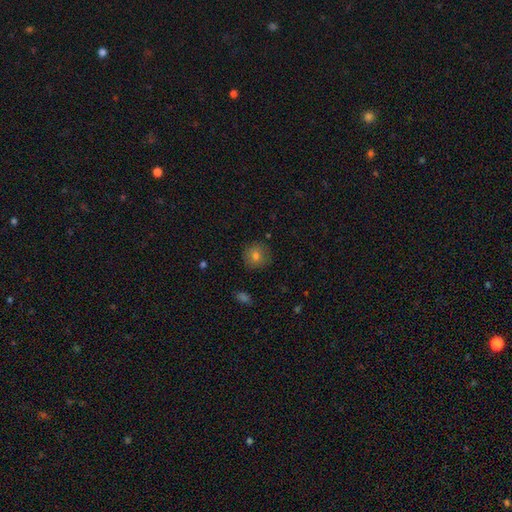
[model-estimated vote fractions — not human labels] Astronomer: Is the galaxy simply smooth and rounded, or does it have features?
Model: smooth — 77%.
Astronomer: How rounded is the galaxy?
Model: round — 91%.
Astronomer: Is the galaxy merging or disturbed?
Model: none — 86%.